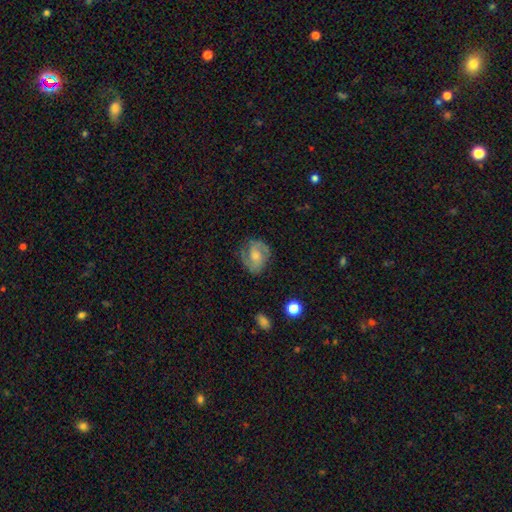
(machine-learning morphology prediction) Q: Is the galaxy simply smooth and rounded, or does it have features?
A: featured or disk — 71%.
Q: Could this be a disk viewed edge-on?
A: no — 98%.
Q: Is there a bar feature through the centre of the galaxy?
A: no — 56%.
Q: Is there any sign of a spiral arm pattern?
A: yes — 92%.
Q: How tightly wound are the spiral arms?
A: medium — 49%.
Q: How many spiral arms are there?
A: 2 — 82%.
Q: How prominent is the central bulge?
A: small — 49%.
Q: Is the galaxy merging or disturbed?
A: none — 72%.